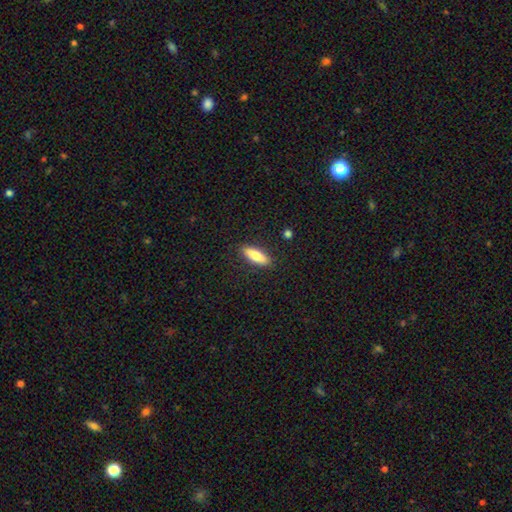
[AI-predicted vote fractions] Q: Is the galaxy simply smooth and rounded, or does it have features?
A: smooth — 76%.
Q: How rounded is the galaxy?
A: in between — 53%.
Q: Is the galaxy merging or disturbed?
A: none — 88%.